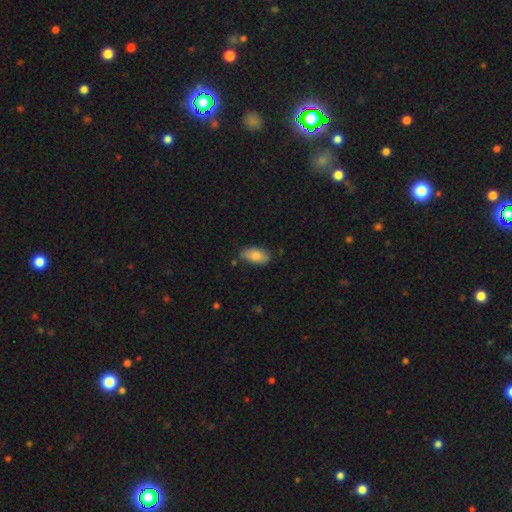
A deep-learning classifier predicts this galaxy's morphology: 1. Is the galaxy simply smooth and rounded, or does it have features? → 85% smooth, 8% featured or disk, 7% star or artifact.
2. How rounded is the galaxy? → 92% in between, 5% cigar-shaped, 3% round.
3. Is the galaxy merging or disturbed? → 70% none, 23% minor disturbance, 4% major disturbance, 3% merger.